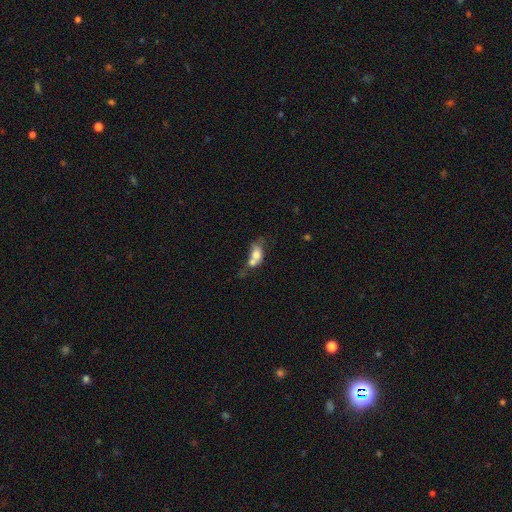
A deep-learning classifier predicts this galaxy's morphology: This appears to be a smooth galaxy with no disk features (64%) that is in between round and cigar-shaped (72%). Merging: merger (63%).